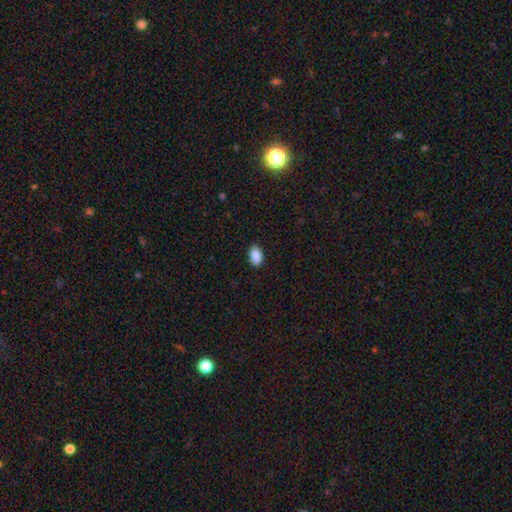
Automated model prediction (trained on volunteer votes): This is clearly a smooth galaxy (89%). How rounded: clearly in between (91%). Merging: clearly none (86%).